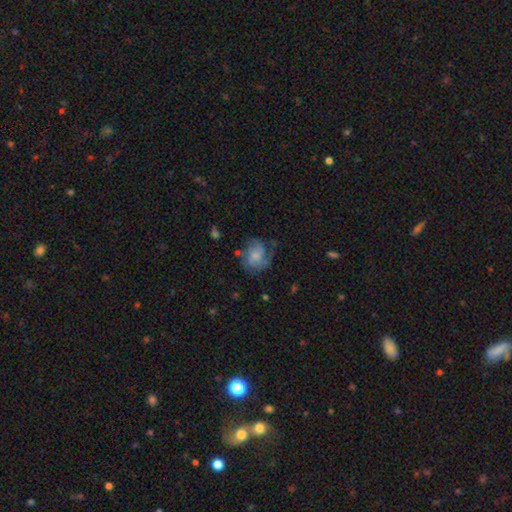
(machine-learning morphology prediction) A featured or disk galaxy (52%) with no bar (65%), spiral arms (79%) and a small central bulge (37%). Merging: none (53%).